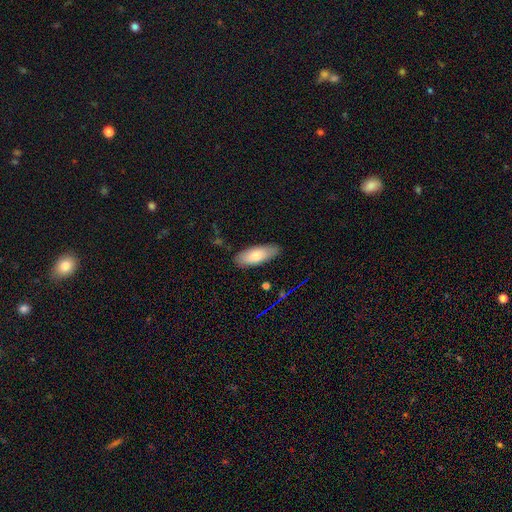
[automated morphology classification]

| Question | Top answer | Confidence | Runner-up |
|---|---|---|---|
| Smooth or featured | smooth | 78% | featured or disk (16%) |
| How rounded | in between | 72% | cigar-shaped (26%) |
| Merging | none | 85% | minor disturbance (12%) |